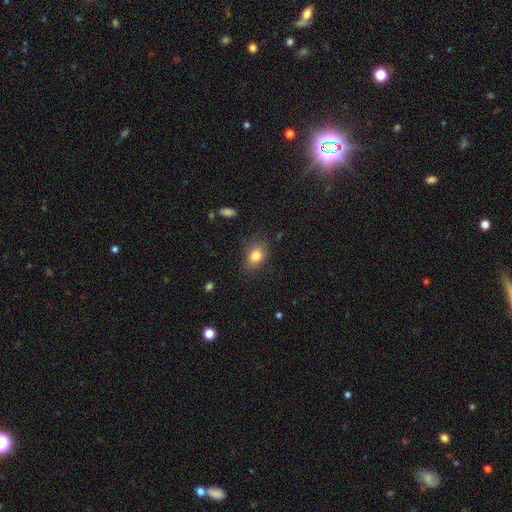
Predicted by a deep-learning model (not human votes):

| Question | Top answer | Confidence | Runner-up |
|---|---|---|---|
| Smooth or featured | smooth | 81% | star or artifact (10%) |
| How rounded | in between | 64% | round (35%) |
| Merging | none | 69% | minor disturbance (23%) |